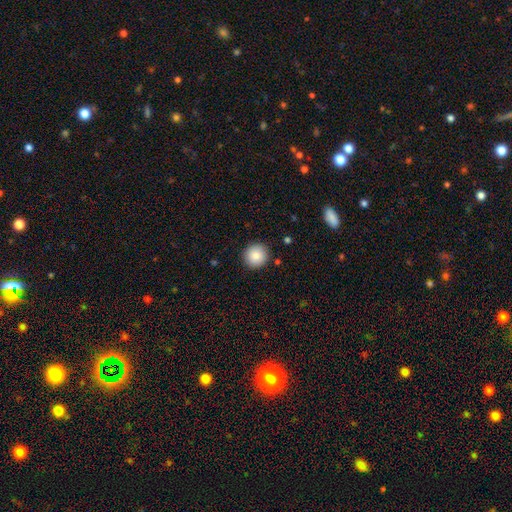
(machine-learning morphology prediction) The model was most divided on "smooth or featured": smooth: 85%, star or artifact: 8%, featured or disk: 6%. More confident: how rounded — round (94%); merging — none (91%).